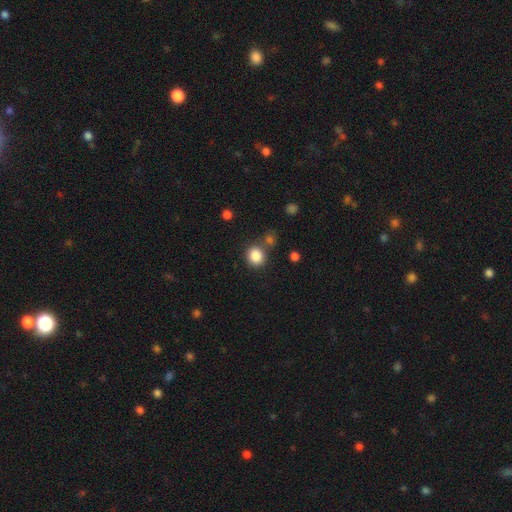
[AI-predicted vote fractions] Smooth or featured: smooth — 86% (star or artifact — 10%)
How rounded: round — 82% (in between — 17%)
Merging: none — 75% (merger — 12%)